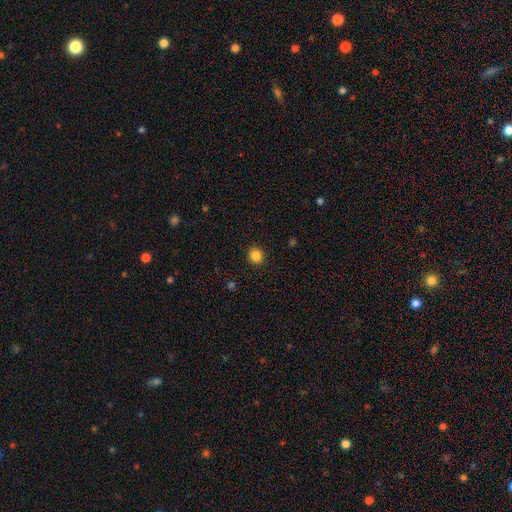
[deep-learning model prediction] Smooth or featured? Predicted: smooth (p=0.85). How rounded? Predicted: round (p=0.88). Merging? Predicted: none (p=0.92).